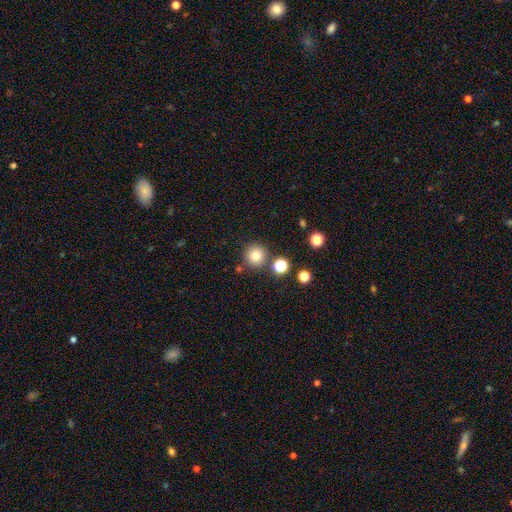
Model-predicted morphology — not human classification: Smooth or featured? smooth (80%)
How rounded? round (95%)
Merging? none (83%)